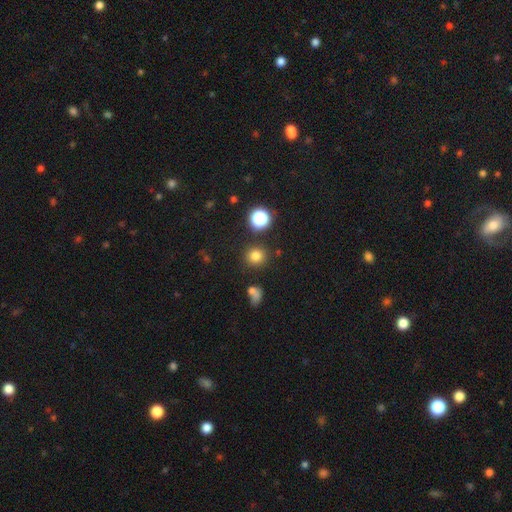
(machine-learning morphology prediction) smooth_or_featured: smooth (p=0.78) [alt: star or artifact p=0.16]
how_rounded: round (p=0.91) [alt: in between p=0.08]
merging: none (p=0.86) [alt: minor disturbance p=0.07]